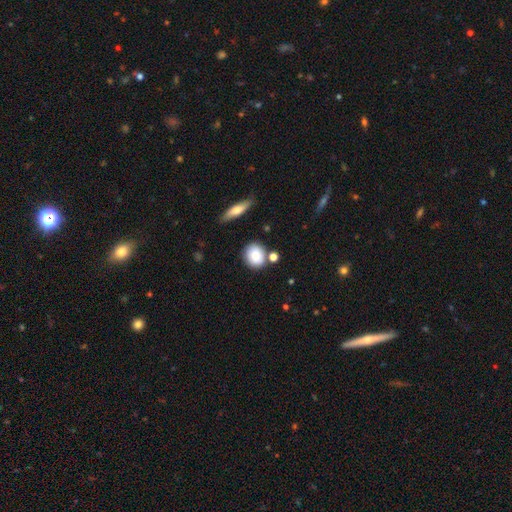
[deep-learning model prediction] Smooth or featured? Predicted: smooth (p=0.82). How rounded? Predicted: round (p=0.70). Merging? Predicted: none (p=0.72).